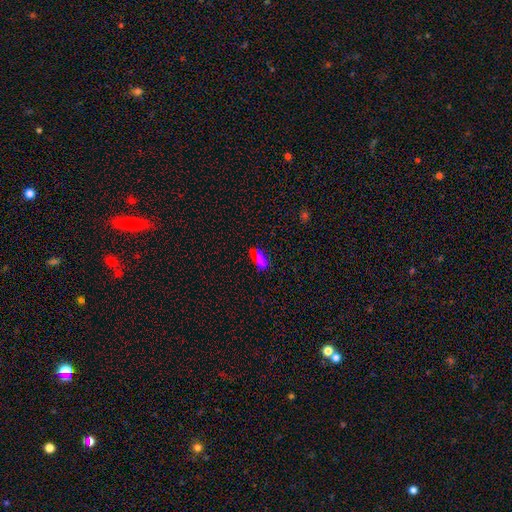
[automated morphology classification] Smooth or featured? smooth (71%)
How rounded? in between (79%)
Merging? none (75%)